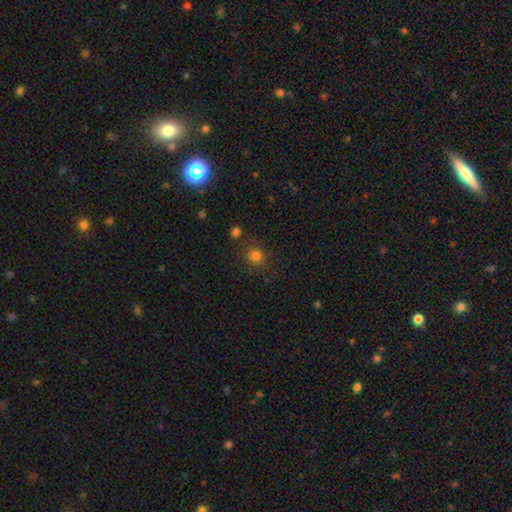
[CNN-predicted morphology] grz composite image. It shows a smooth galaxy with no disk features (77%) that is round (86%). Merging: none (78%).